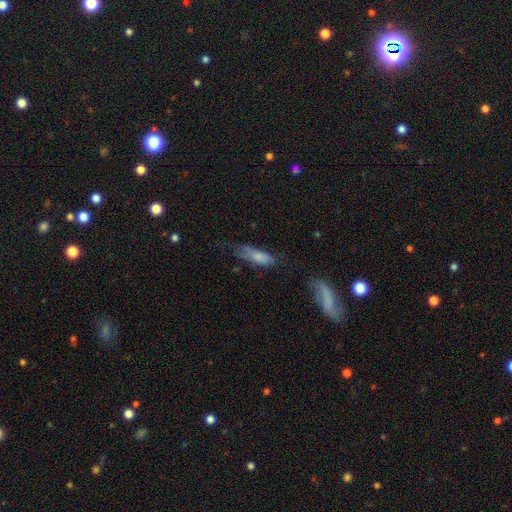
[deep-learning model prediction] This appears to be a smooth galaxy with no disk features (60%) that is cigar-shaped (52%). Merging: none (47%).